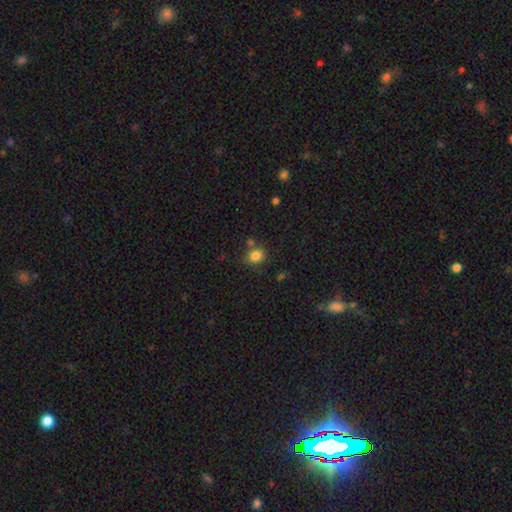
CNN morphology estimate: Smooth or featured: smooth — 83% (star or artifact — 11%)
How rounded: round — 74% (in between — 25%)
Merging: none — 72% (minor disturbance — 13%)